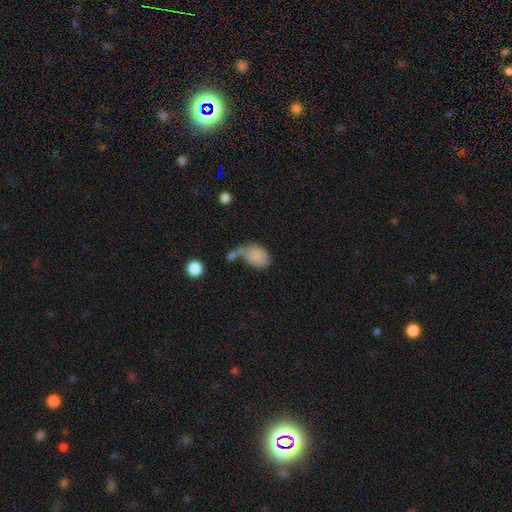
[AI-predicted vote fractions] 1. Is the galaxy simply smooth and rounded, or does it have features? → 83% smooth, 9% star or artifact, 8% featured or disk.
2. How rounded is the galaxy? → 77% in between, 22% round, 1% cigar-shaped.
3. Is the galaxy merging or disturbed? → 39% none, 23% merger, 22% minor disturbance, 16% major disturbance.